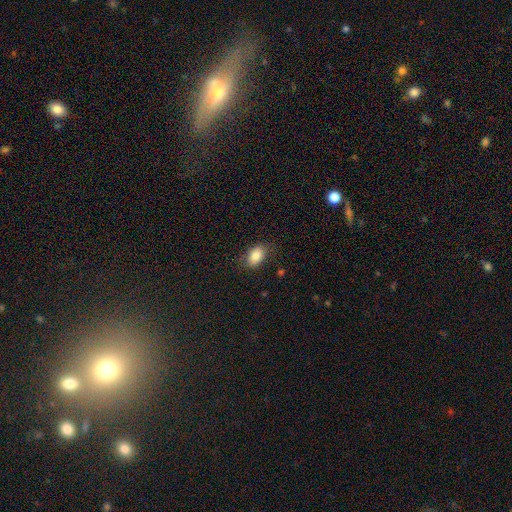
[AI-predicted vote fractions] Smooth or featured? Predicted: smooth (p=0.85). How rounded? Predicted: in between (p=0.88). Merging? Predicted: none (p=0.77).